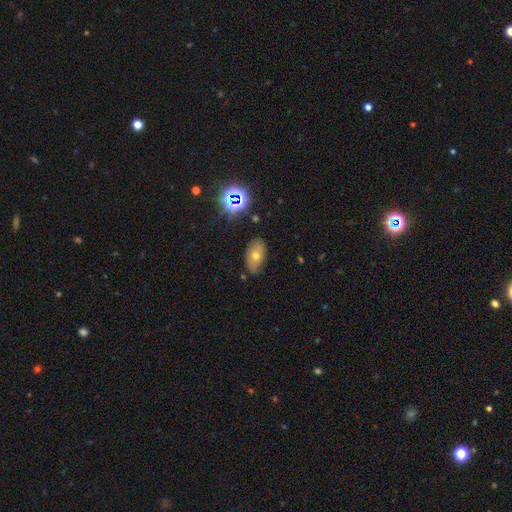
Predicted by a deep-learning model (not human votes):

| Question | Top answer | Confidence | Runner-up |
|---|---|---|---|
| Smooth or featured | smooth | 57% | featured or disk (26%) |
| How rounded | in between | 90% | round (8%) |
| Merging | none | 78% | minor disturbance (17%) |